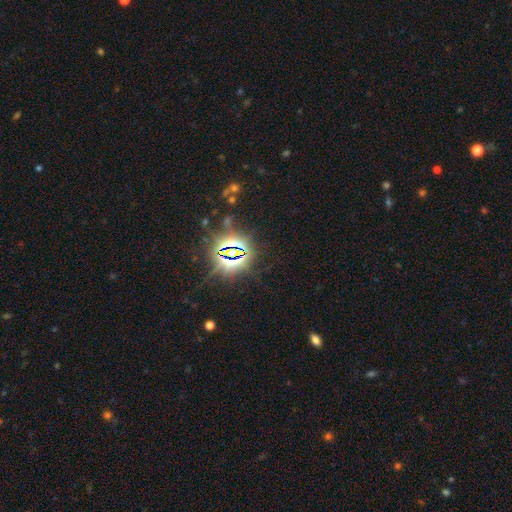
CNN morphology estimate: smooth_or_featured: star or artifact (p=0.83) [alt: smooth p=0.10]